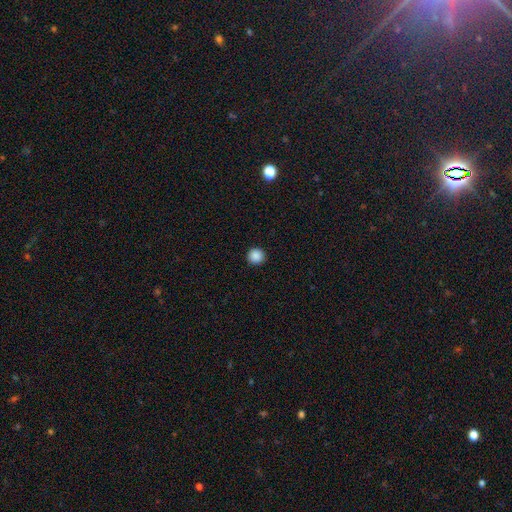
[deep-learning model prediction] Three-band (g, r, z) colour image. It shows a smooth galaxy with no disk features (88%) that is round (95%). Merging: none (93%).